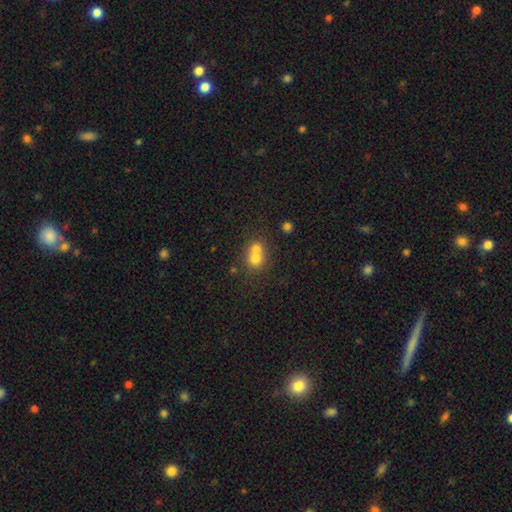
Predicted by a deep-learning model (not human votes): Smooth or featured: smooth — 71% (featured or disk — 17%)
How rounded: round — 77% (in between — 22%)
Merging: merger — 64% (none — 28%)